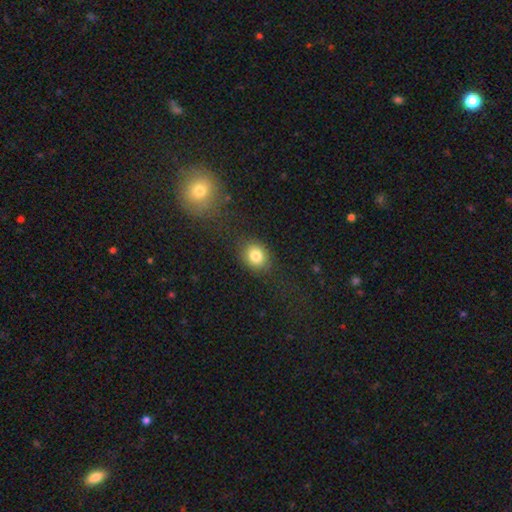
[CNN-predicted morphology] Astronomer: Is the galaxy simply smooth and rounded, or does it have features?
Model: smooth — 82%.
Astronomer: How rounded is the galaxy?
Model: round — 60% (runner-up: in between, 39%).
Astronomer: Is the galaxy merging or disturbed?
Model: none — 80%.